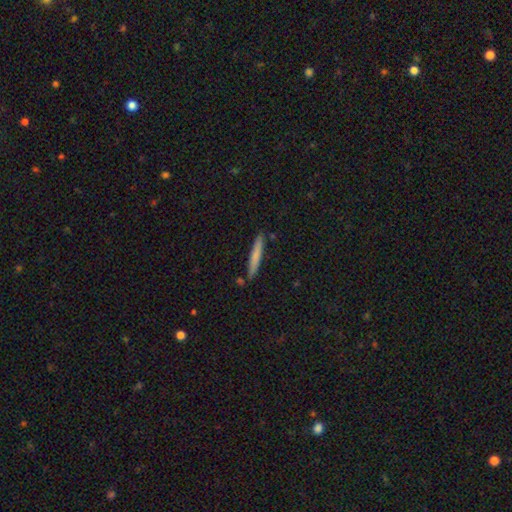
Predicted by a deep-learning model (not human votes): Smooth or featured? Predicted: smooth (p=0.72). How rounded? Predicted: cigar-shaped (p=0.95). Merging? Predicted: none (p=0.85).